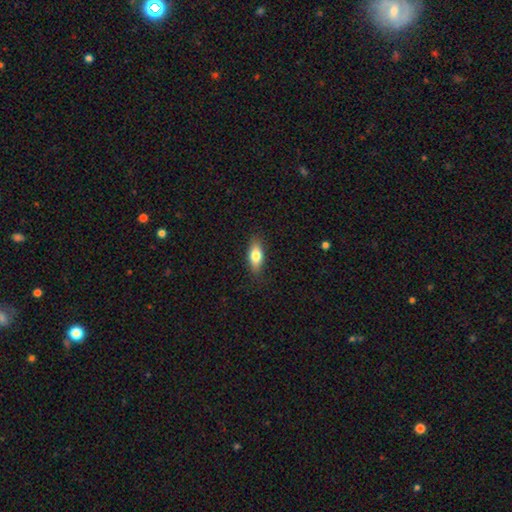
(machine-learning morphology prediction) This is likely a smooth galaxy (74%). How rounded: likely in between (77%). Merging: clearly none (85%).